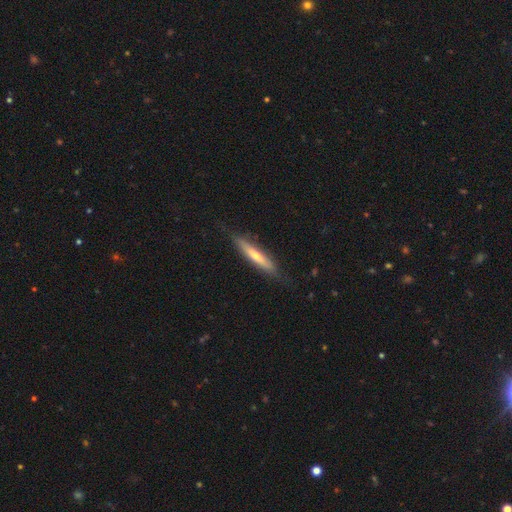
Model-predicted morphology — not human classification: Smooth or featured: smooth — 48% (featured or disk — 47%)
Merging: none — 81% (minor disturbance — 15%)